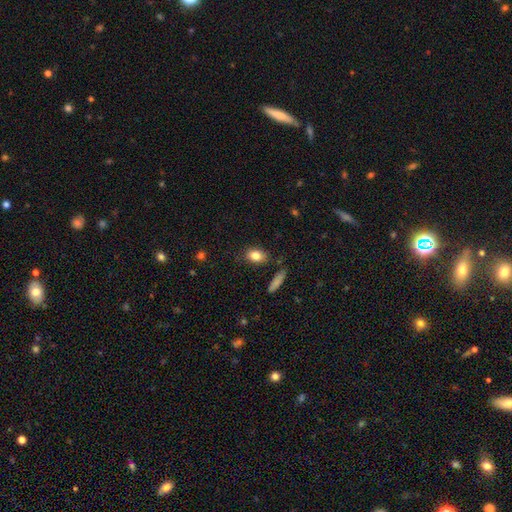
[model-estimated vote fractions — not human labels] A smooth galaxy with no disk features (81%) that is in between round and cigar-shaped (76%). Merging: none (81%).